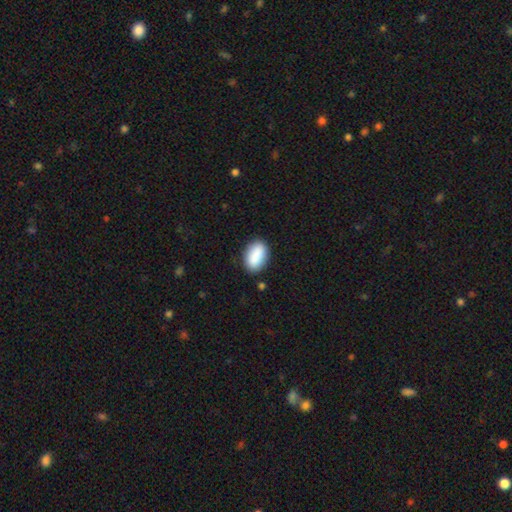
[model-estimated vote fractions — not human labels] Q: Smooth or featured?
A: smooth (89%); runner-up: star or artifact (7%)
Q: How rounded?
A: in between (92%); runner-up: round (6%)
Q: Merging?
A: none (86%); runner-up: minor disturbance (10%)